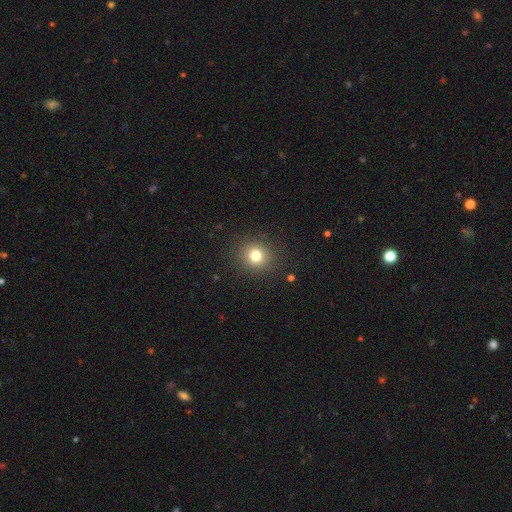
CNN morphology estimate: smooth 77%, star or artifact 15%, featured or disk 8%. Down the decision tree: how rounded — round (85%); merging — none (89%).